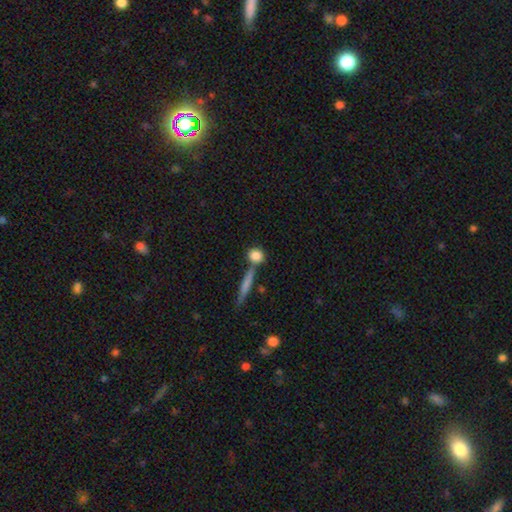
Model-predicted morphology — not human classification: This appears to be a smooth galaxy with no disk features (82%) that is round (75%). Merging: none (65%).